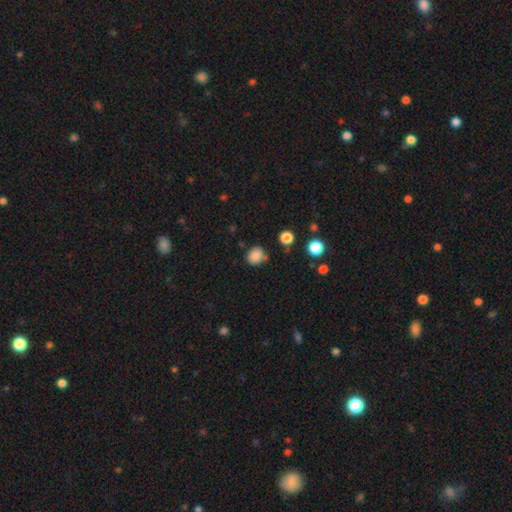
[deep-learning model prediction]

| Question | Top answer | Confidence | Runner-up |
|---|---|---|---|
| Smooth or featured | smooth | 84% | star or artifact (11%) |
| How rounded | round | 68% | in between (31%) |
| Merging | none | 72% | minor disturbance (17%) |